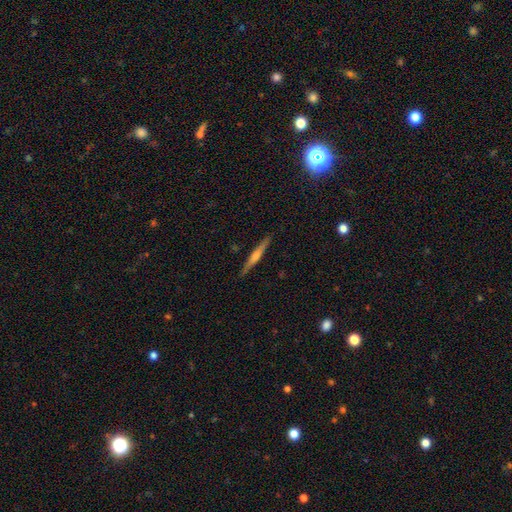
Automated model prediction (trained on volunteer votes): A featured or disk galaxy (69%) viewed edge-on (98%) with a rounded central bulge (73%).

Vote fractions:
- Smooth or featured? featured or disk: 69% / smooth: 25% / star or artifact: 7%
- Edge-on disk? yes: 98% / no: 2%
- Edge-on bulge? rounded: 73% / none: 15% / boxy: 12%
- Merging? none: 91% / minor disturbance: 6% / major disturbance: 1% / merger: 1%